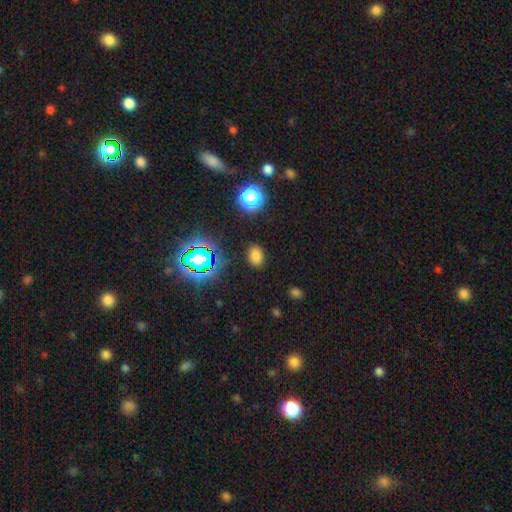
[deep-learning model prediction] Q: Smooth or featured?
A: smooth (73%); runner-up: star or artifact (22%)
Q: How rounded?
A: in between (74%); runner-up: round (25%)
Q: Merging?
A: none (86%); runner-up: minor disturbance (9%)